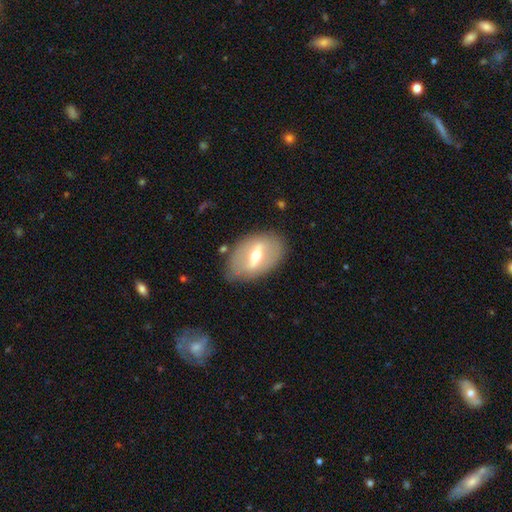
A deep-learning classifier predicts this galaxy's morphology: smooth-or-featured: featured or disk: 63% | smooth: 31% | star or artifact: 7%
  disk-edge-on: no: 83% | yes: 17%
    bar: strong: 61% | weak: 31% | no: 8%
    has-spiral-arms: no: 81% | yes: 19%
    bulge-size: moderate: 68% | small: 21% | large: 9% | dominant: 1% | none: 1%
  merging: none: 81% | minor disturbance: 13% | major disturbance: 4% | merger: 2%